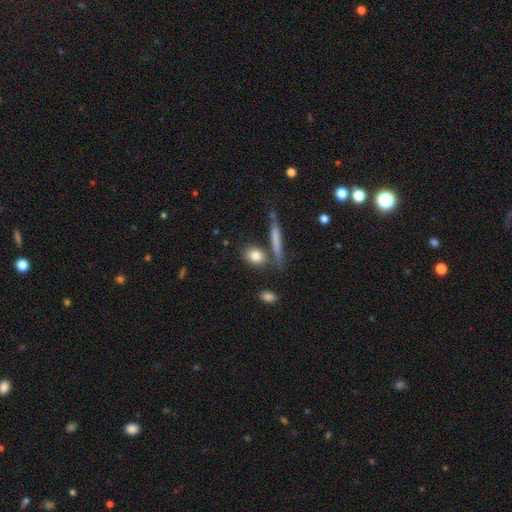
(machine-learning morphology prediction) The model was most divided on "how rounded": in between: 48%, round: 39%, cigar-shaped: 13%. More confident: smooth or featured — smooth (82%); merging — none (73%).